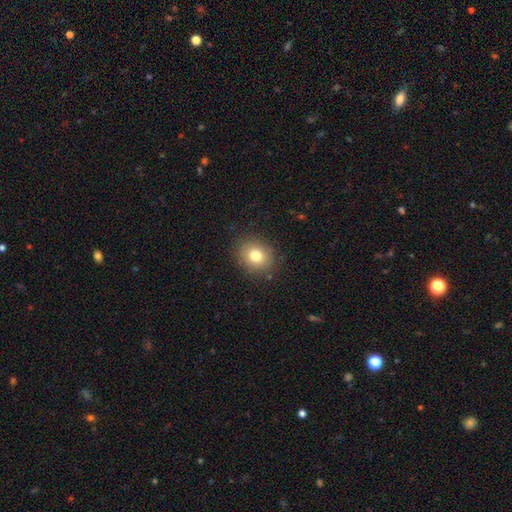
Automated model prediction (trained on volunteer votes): This is likely a smooth galaxy (79%). How rounded: likely round (66%). Merging: clearly none (87%).